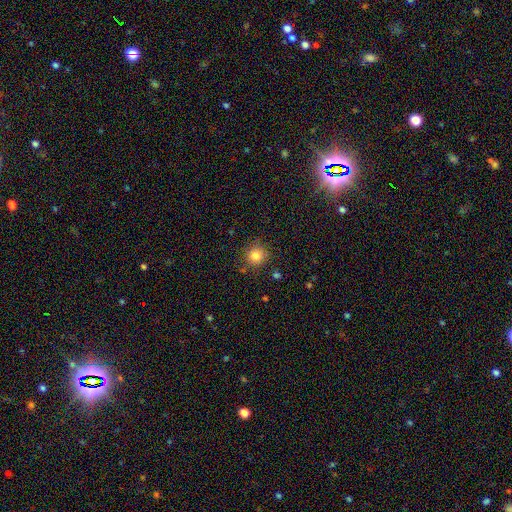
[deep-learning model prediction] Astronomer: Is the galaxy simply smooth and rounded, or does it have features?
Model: smooth — 82%.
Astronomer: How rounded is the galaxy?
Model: round — 92%.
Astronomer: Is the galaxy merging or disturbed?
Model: none — 85%.